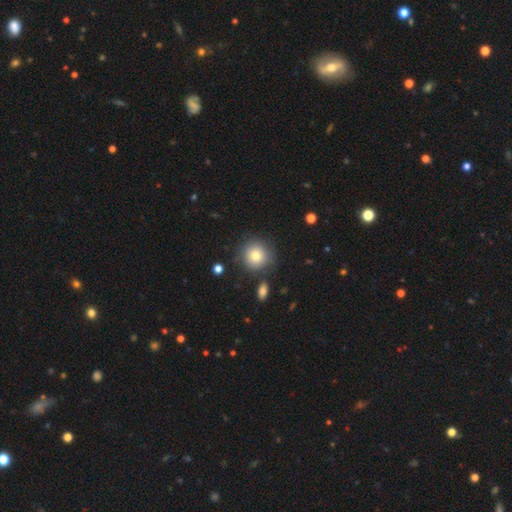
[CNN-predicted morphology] This is likely a smooth galaxy (78%). How rounded: clearly round (93%). Merging: clearly none (83%).